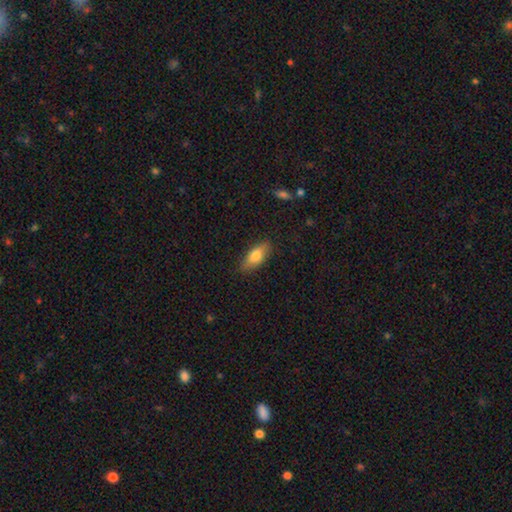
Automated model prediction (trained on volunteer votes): Smooth or featured? smooth (76%)
How rounded? in between (78%)
Merging? none (84%)